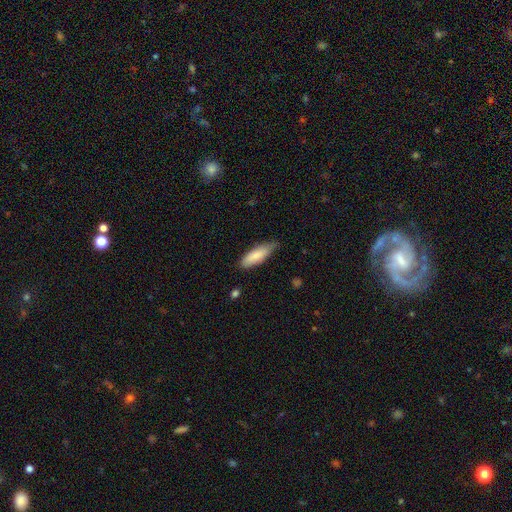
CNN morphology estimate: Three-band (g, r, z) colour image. It shows a smooth galaxy with no disk features (83%) that is in between round and cigar-shaped (54%). Merging: none (68%).